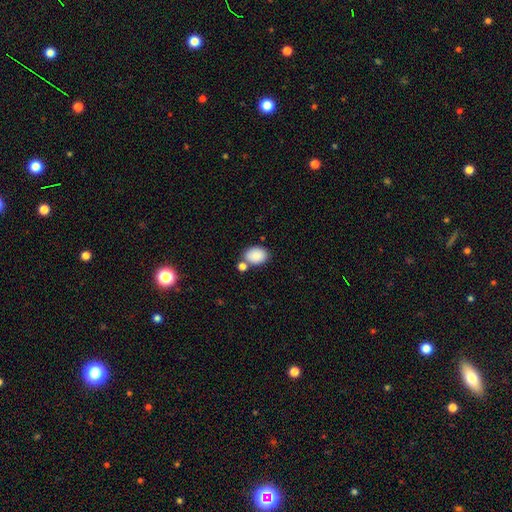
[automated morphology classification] smooth 88%, star or artifact 7%, featured or disk 5%. Down the decision tree: how rounded — in between (81%); merging — none (66%).